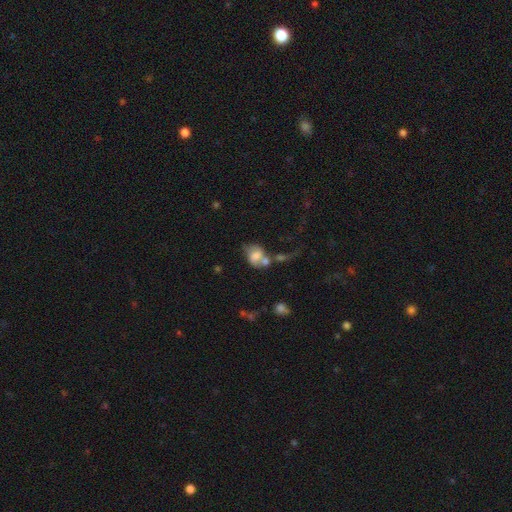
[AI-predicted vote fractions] This is possibly a smooth galaxy (54%). How rounded: likely in between (64%). Merging: possibly merger (45%).